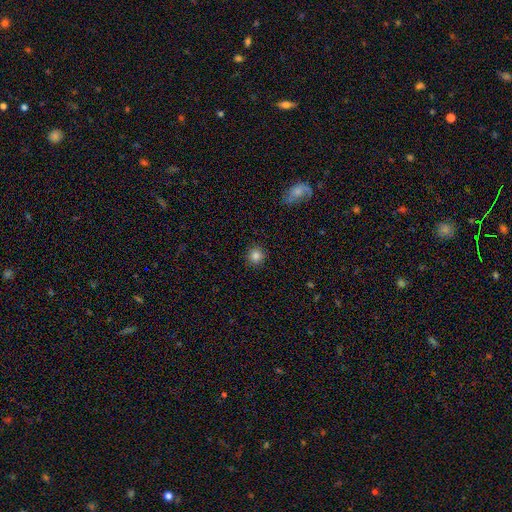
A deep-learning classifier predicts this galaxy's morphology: A smooth galaxy with no disk features (85%) that is round (93%).

Vote fractions:
- Smooth or featured? smooth: 85% / star or artifact: 11% / featured or disk: 4%
- How rounded? round: 93% / in between: 6% / cigar-shaped: 1%
- Merging? none: 91% / minor disturbance: 6% / major disturbance: 2% / merger: 1%